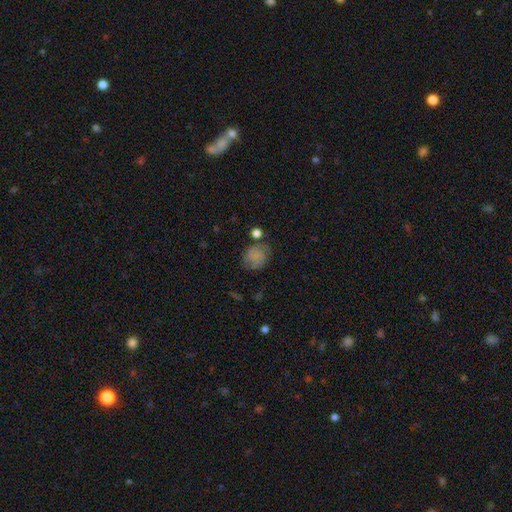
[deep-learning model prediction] Smooth or featured? smooth (65%)
How rounded? round (70%)
Merging? none (62%)